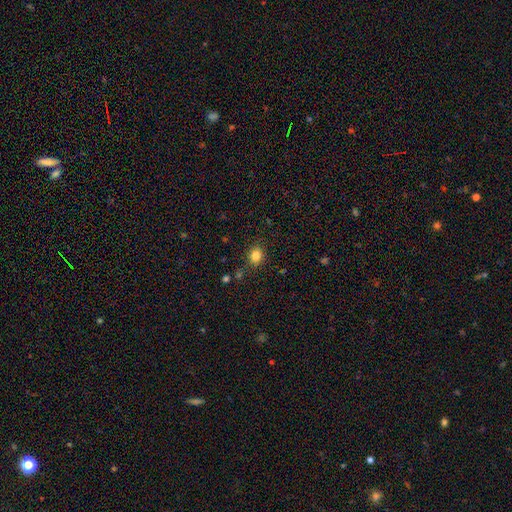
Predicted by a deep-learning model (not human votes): Smooth or featured? smooth (84%)
How rounded? round (56%)
Merging? none (82%)